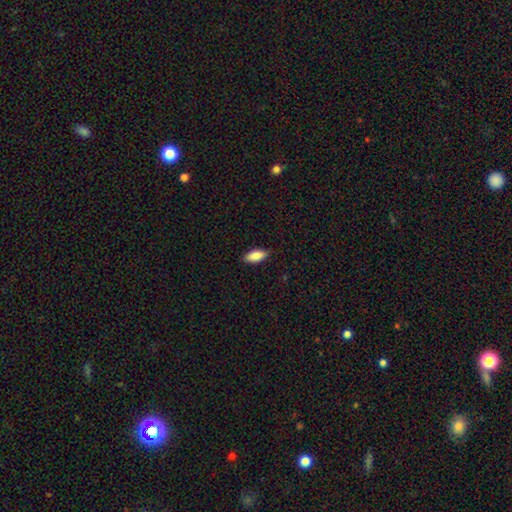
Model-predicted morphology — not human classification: A smooth galaxy with no disk features (88%) that is in between round and cigar-shaped (87%).

Vote fractions:
- Smooth or featured? smooth: 88% / star or artifact: 6% / featured or disk: 6%
- How rounded? in between: 87% / cigar-shaped: 11% / round: 2%
- Merging? none: 86% / minor disturbance: 11% / major disturbance: 2% / merger: 1%